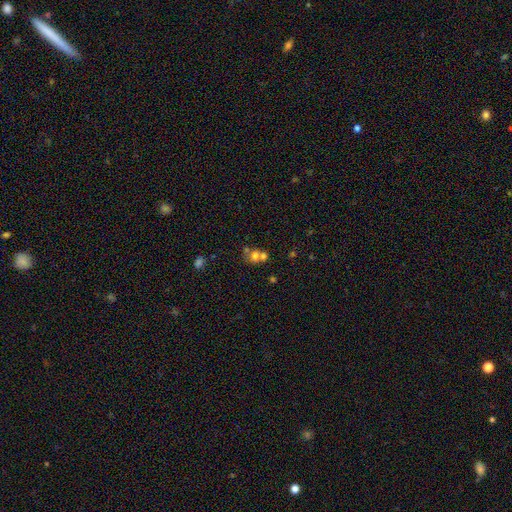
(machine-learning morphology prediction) smooth-or-featured: smooth: 65% | featured or disk: 19% | star or artifact: 16%
  how-rounded: round: 69% | in between: 30% | cigar-shaped: 1%
  merging: merger: 56% | none: 32% | minor disturbance: 7% | major disturbance: 4%